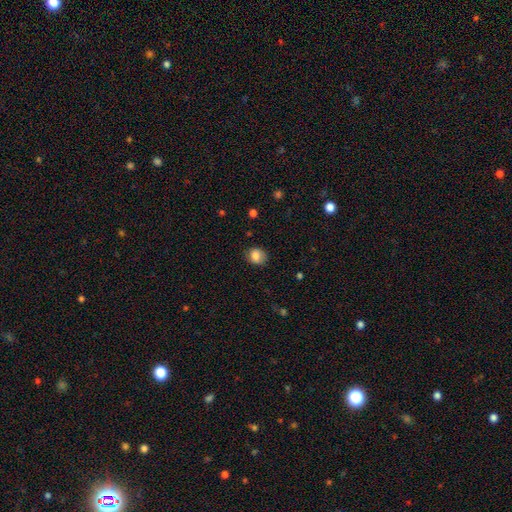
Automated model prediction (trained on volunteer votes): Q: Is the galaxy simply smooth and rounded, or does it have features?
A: smooth — 83%.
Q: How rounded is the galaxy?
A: round — 61%.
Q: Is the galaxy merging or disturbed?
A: none — 77%.